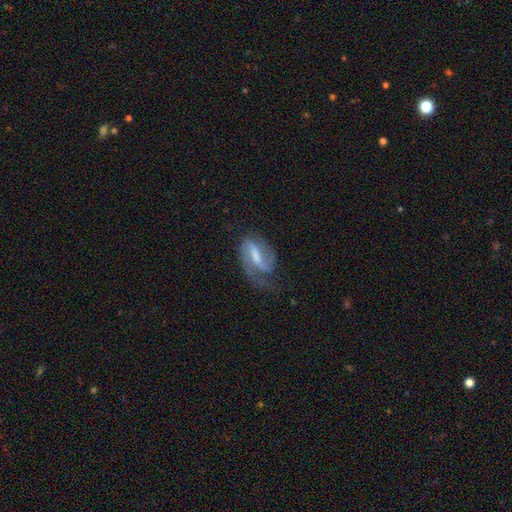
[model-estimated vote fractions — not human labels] Smooth or featured? Predicted: featured or disk (p=0.79). Edge-on disk? Predicted: no (p=0.95). Bar? Predicted: strong (p=0.45). Spiral arms? Predicted: yes (p=0.93). Spiral winding? Predicted: medium (p=0.47). Spiral arm count? Predicted: 2 (p=0.66). Bulge size? Predicted: moderate (p=0.39). Merging? Predicted: none (p=0.51).